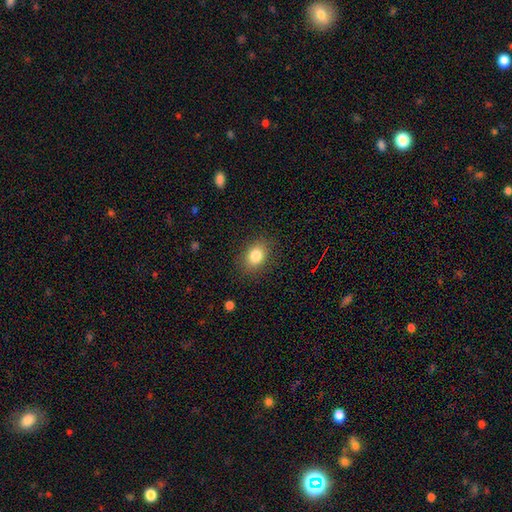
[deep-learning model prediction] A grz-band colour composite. It shows a smooth galaxy with no disk features (83%) that is in between round and cigar-shaped (65%). Merging: none (86%).